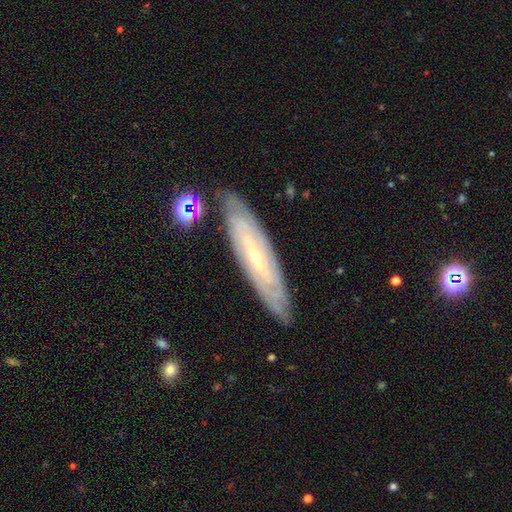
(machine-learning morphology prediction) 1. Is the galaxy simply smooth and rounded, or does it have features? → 82% featured or disk, 12% smooth, 6% star or artifact.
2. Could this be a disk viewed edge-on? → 73% no, 27% yes.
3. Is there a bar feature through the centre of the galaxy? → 40% no, 35% weak, 24% strong.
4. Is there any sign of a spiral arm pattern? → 91% yes, 9% no.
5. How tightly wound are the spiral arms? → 74% tight, 20% medium, 5% loose.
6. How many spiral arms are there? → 53% can't tell, 17% 2, 10% 4, 9% 3, 6% more than 4, 4% 1.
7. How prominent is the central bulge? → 80% small, 17% moderate, 1% none, 1% large, 1% dominant.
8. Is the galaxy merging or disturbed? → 84% none, 12% minor disturbance, 3% major disturbance, 2% merger.